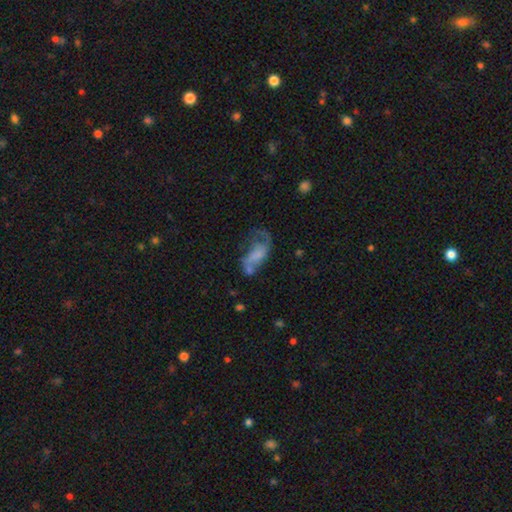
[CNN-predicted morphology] This appears to be a featured or disk galaxy (50%). Merging: major disturbance (39%).